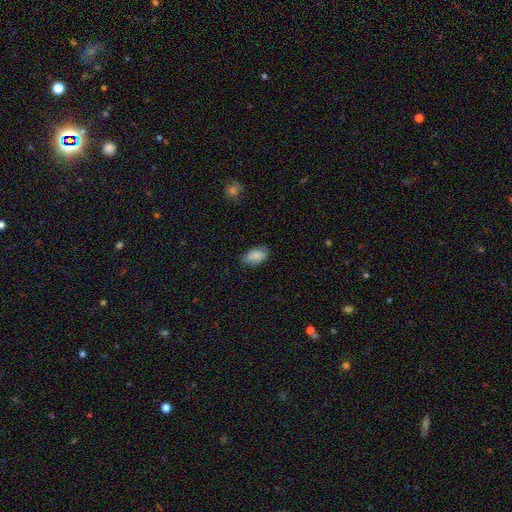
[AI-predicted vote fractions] Smooth or featured?
  - smooth: 85% *
  - featured or disk: 8%
  - star or artifact: 7%
How rounded?
  - in between: 92% *
  - round: 6%
  - cigar-shaped: 2%
Merging?
  - none: 74% *
  - minor disturbance: 21%
  - major disturbance: 4%
  - merger: 1%